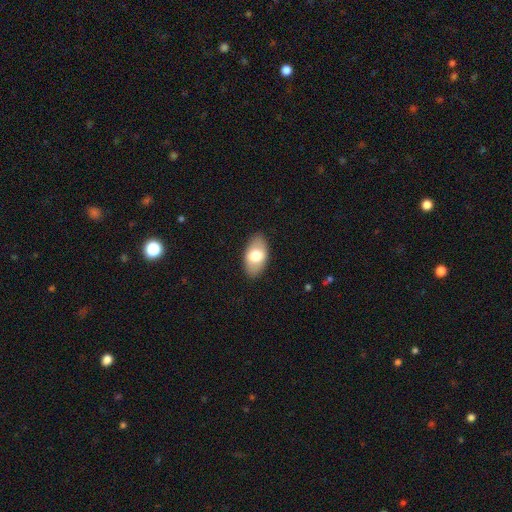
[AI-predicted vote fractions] Q: Smooth or featured?
A: smooth (69%); runner-up: featured or disk (25%)
Q: How rounded?
A: in between (94%); runner-up: round (4%)
Q: Merging?
A: none (87%); runner-up: minor disturbance (10%)